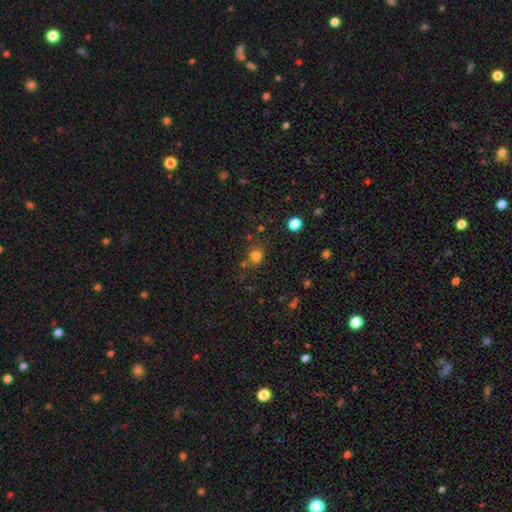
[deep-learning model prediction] This is likely a smooth galaxy (77%). How rounded: likely round (79%). Merging: likely none (66%).